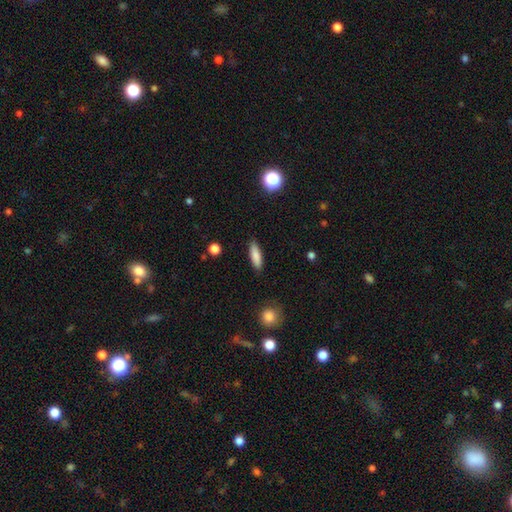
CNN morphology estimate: type=smooth (85%); roundness=cigar-shaped (55%); merging=none (88%).